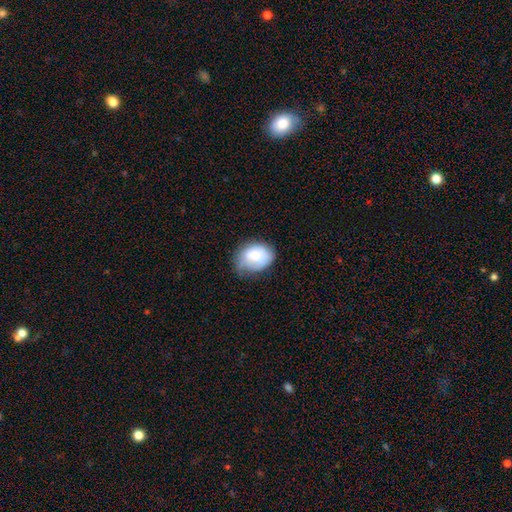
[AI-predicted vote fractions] Overall: smooth (74%). How rounded: in between (61%; round 38%). Merging: none (42%; minor disturbance 41%).